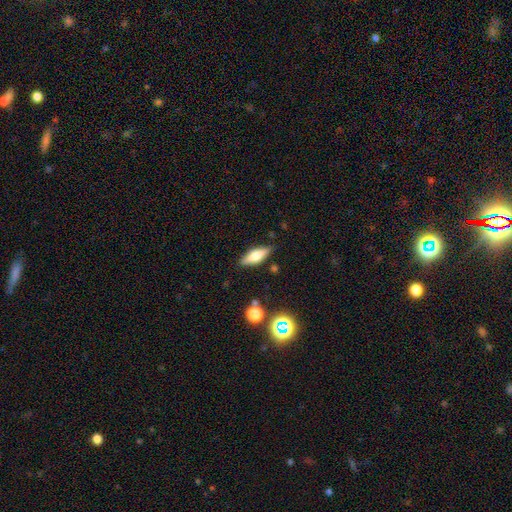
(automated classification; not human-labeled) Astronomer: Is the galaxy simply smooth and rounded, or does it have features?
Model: smooth — 49% (runner-up: featured or disk, 42%).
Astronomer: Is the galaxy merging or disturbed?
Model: none — 84%.